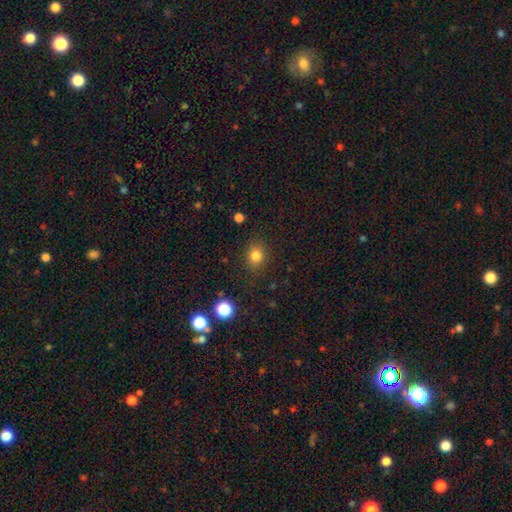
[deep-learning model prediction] Morphology: type=smooth (82%); roundness=round (66%); merging=none (85%).